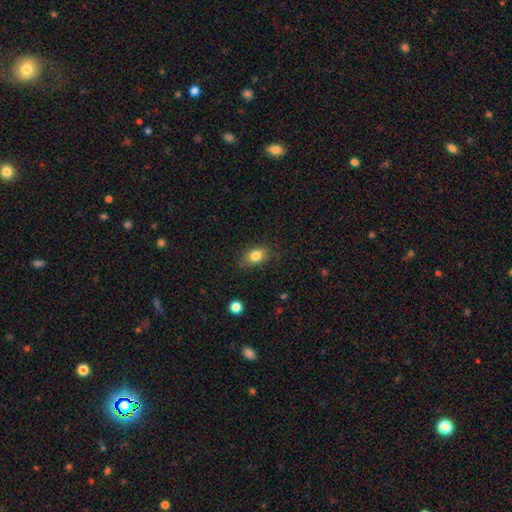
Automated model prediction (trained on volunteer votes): Overall: smooth (81%). How rounded: in between (77%). Merging: none (75%).